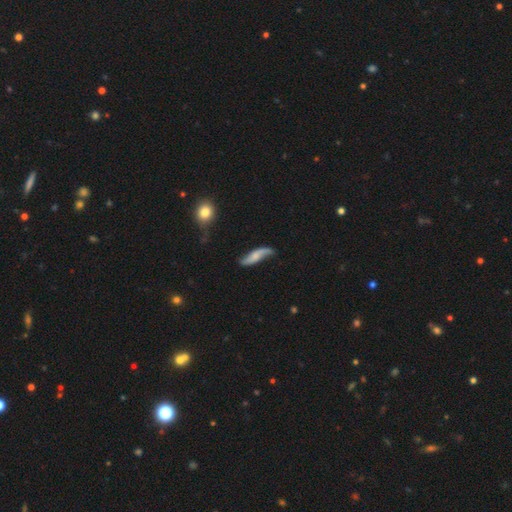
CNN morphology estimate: Smooth or featured? Predicted: featured or disk (p=0.62). Edge-on disk? Predicted: no (p=0.81). Bar? Predicted: no (p=0.62). Spiral arms? Predicted: yes (p=0.91). Bulge size? Predicted: small (p=0.44). Merging? Predicted: none (p=0.62).